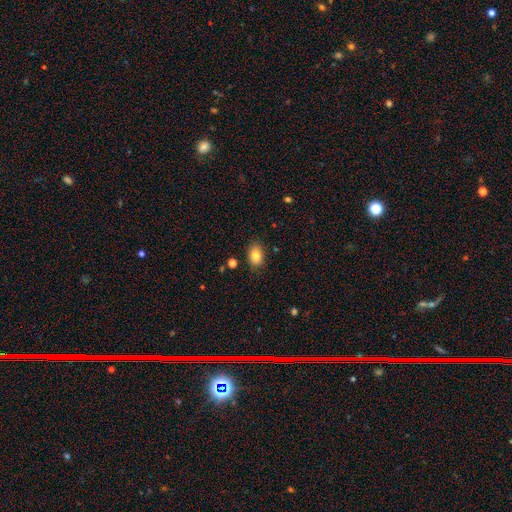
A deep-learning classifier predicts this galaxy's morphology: Q: Smooth or featured?
A: smooth (82%); runner-up: featured or disk (10%)
Q: How rounded?
A: in between (84%); runner-up: round (15%)
Q: Merging?
A: none (84%); runner-up: minor disturbance (11%)